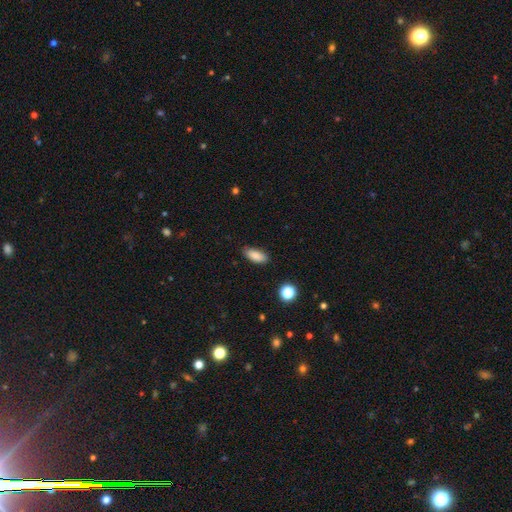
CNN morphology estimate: Smooth or featured?
  - smooth: 86% *
  - star or artifact: 8%
  - featured or disk: 6%
How rounded?
  - in between: 83% *
  - cigar-shaped: 14%
  - round: 3%
Merging?
  - none: 84% *
  - minor disturbance: 13%
  - major disturbance: 2%
  - merger: 1%